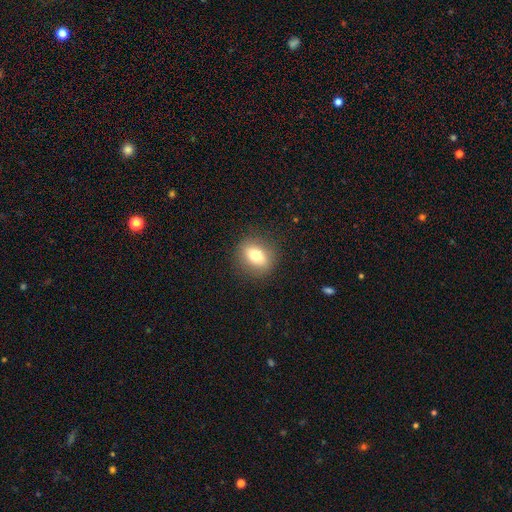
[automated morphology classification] This is likely a smooth galaxy (74%). How rounded: possibly in between (57%). Merging: clearly none (87%).